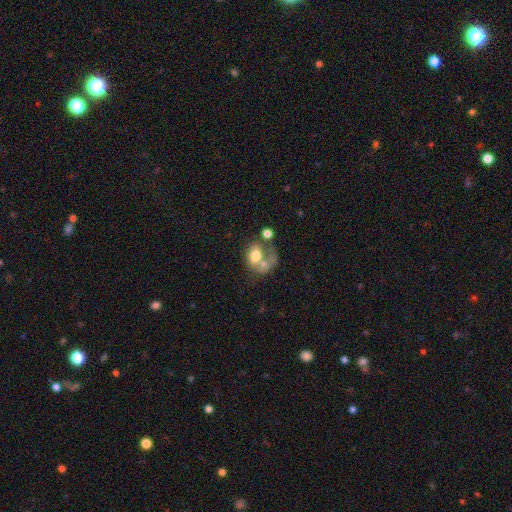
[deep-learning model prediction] This appears to be a smooth galaxy with no disk features (63%) that is in between round and cigar-shaped (67%). Merging: merger (50%).